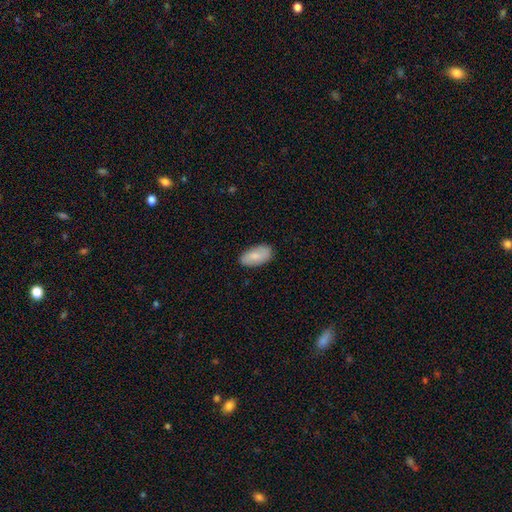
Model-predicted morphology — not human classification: A smooth galaxy with no disk features (81%) that is in between round and cigar-shaped (94%). Merging: none (86%).